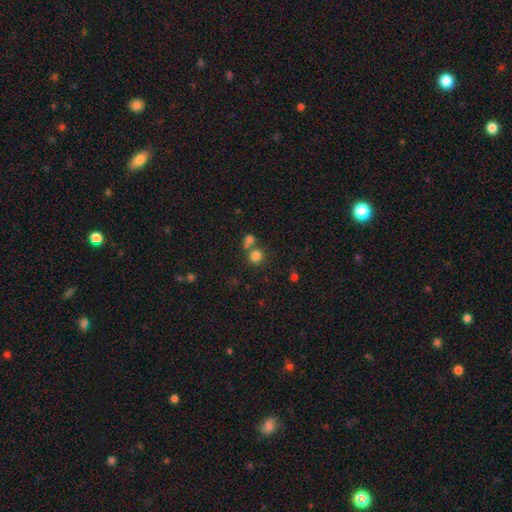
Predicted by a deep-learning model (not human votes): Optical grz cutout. It shows a smooth galaxy with no disk features (79%) that is round (89%). Merging: none (57%).